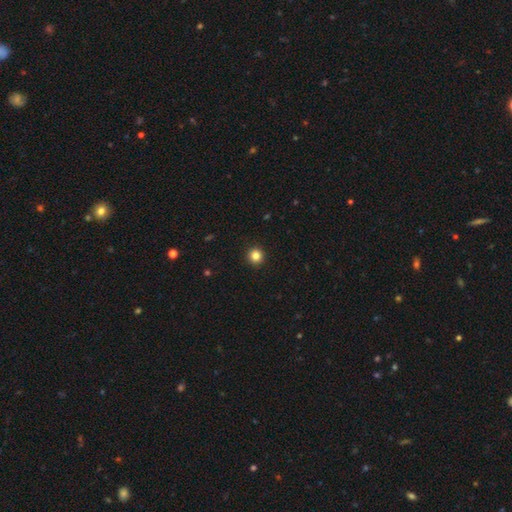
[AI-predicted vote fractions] This appears to be a smooth galaxy with no disk features (84%) that is round (95%). Merging: none (93%).